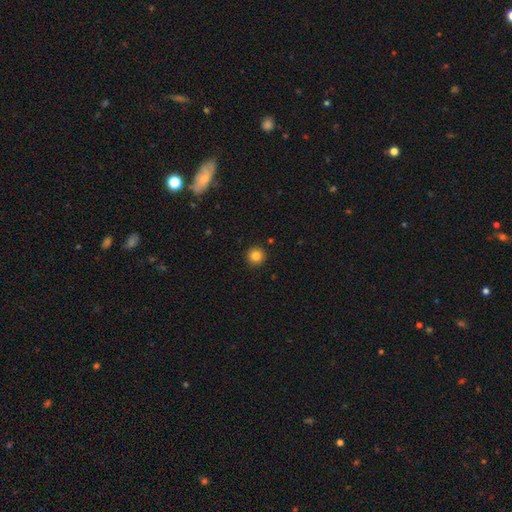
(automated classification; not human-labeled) Overall: smooth (84%). How rounded: round (95%). Merging: none (92%).